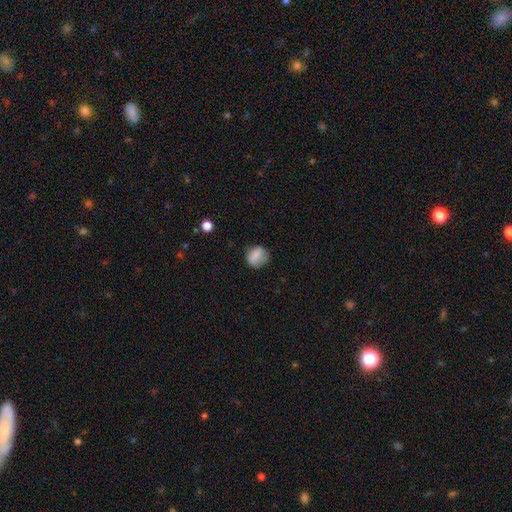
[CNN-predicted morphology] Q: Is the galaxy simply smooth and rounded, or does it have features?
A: smooth — 76%.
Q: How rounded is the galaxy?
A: round — 70%.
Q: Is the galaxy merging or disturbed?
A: none — 68%.